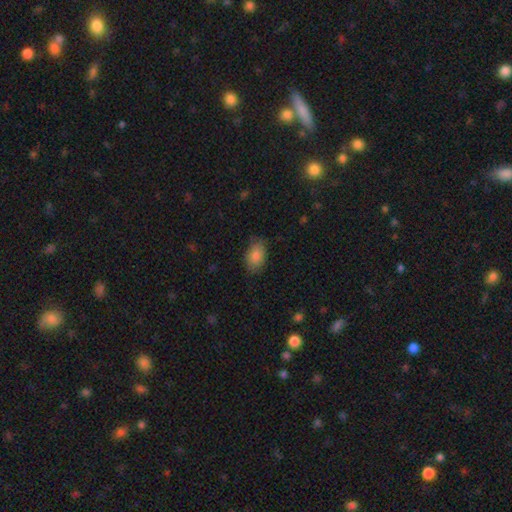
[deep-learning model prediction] smooth-or-featured: smooth: 85% | featured or disk: 8% | star or artifact: 7%
  how-rounded: in between: 89% | round: 10% | cigar-shaped: 1%
  merging: none: 77% | minor disturbance: 18% | major disturbance: 4% | merger: 1%